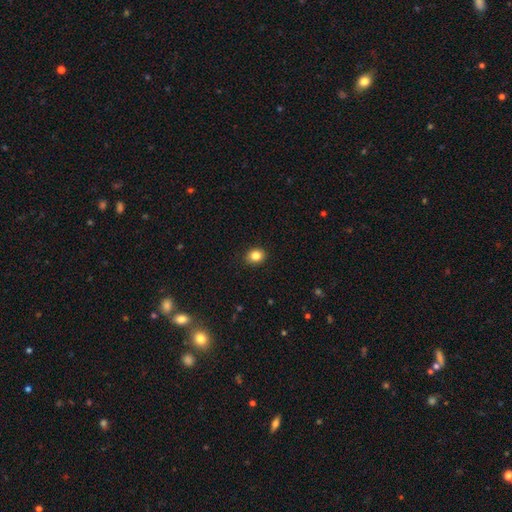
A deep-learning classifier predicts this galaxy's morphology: smooth-or-featured: smooth: 84% | star or artifact: 10% | featured or disk: 5%
  how-rounded: round: 60% | in between: 39% | cigar-shaped: 1%
  merging: none: 90% | minor disturbance: 7% | major disturbance: 2% | merger: 1%